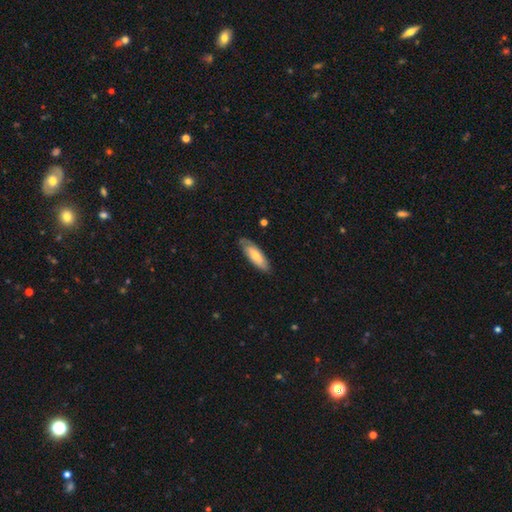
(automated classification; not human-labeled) smooth-or-featured: smooth: 66% | featured or disk: 28% | star or artifact: 6%
  how-rounded: in between: 57% | cigar-shaped: 41% | round: 2%
  merging: none: 76% | minor disturbance: 19% | major disturbance: 3% | merger: 1%